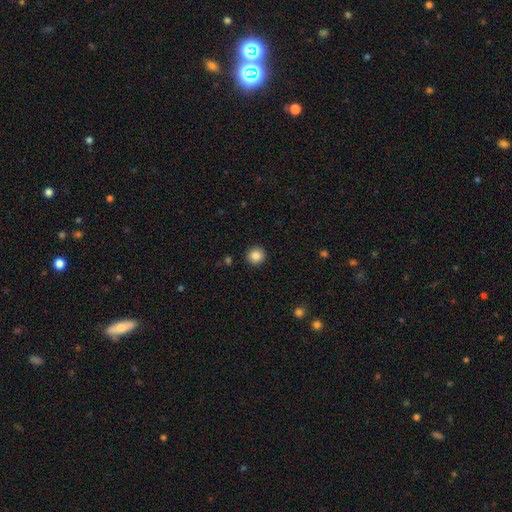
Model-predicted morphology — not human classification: Smooth or featured? Predicted: smooth (p=0.85). How rounded? Predicted: round (p=0.95). Merging? Predicted: none (p=0.92).